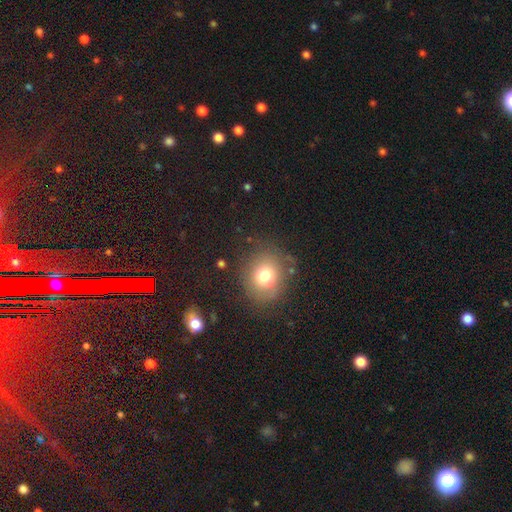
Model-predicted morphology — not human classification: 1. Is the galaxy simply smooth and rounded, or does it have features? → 50% smooth, 36% star or artifact, 15% featured or disk.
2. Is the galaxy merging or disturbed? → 88% none, 7% minor disturbance, 3% major disturbance, 2% merger.